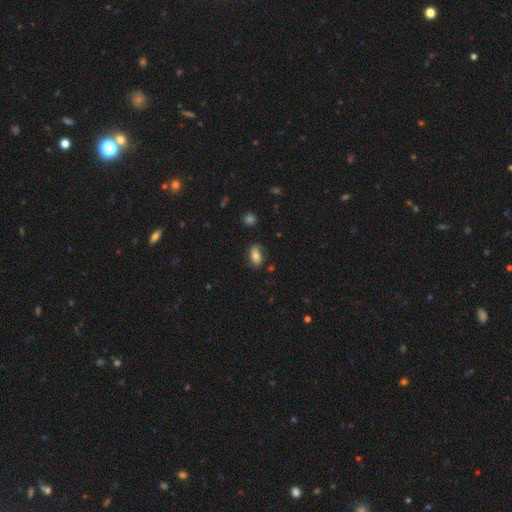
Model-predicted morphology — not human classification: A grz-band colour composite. It shows a smooth galaxy with no disk features (70%) that is in between round and cigar-shaped (89%). Merging: none (71%).